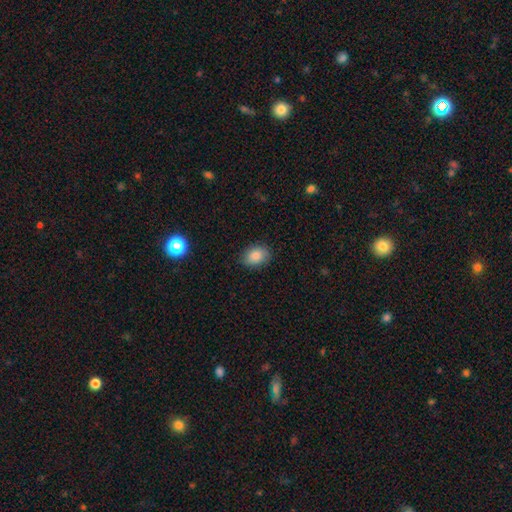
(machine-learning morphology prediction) Smooth or featured?
  - smooth: 84% *
  - star or artifact: 8%
  - featured or disk: 7%
How rounded?
  - in between: 76% *
  - round: 23%
  - cigar-shaped: 1%
Merging?
  - none: 81% *
  - minor disturbance: 15%
  - major disturbance: 3%
  - merger: 1%